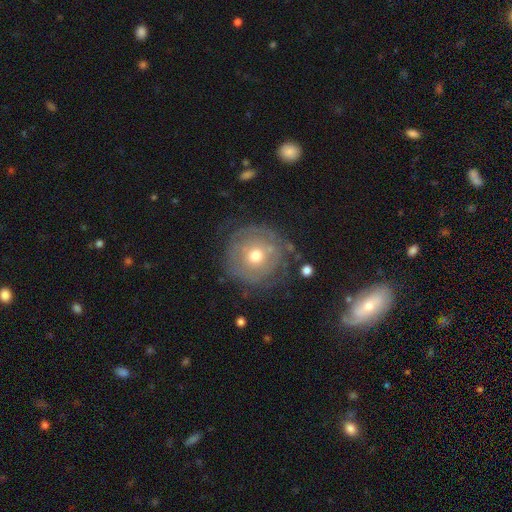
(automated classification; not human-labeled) Smooth or featured? Predicted: featured or disk (p=0.52). Edge-on disk? Predicted: no (p=0.96). Merging? Predicted: none (p=0.71).